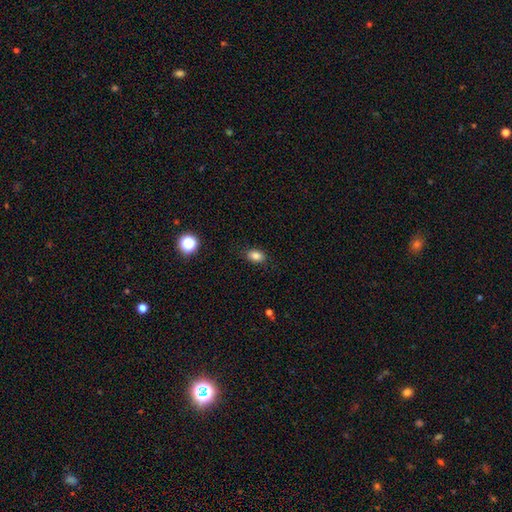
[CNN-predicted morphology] Overall: smooth (83%). How rounded: in between (80%). Merging: none (85%).